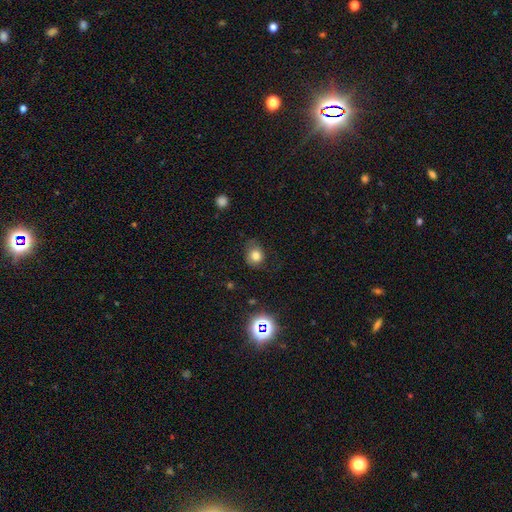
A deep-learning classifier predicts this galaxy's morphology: Overall: smooth (78%). How rounded: round (73%). Merging: none (66%).